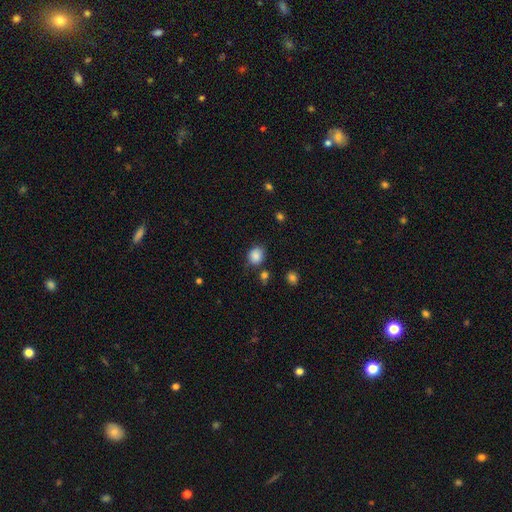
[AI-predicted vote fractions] Morphology: type=smooth (85%); roundness=round (62%); merging=none (72%).